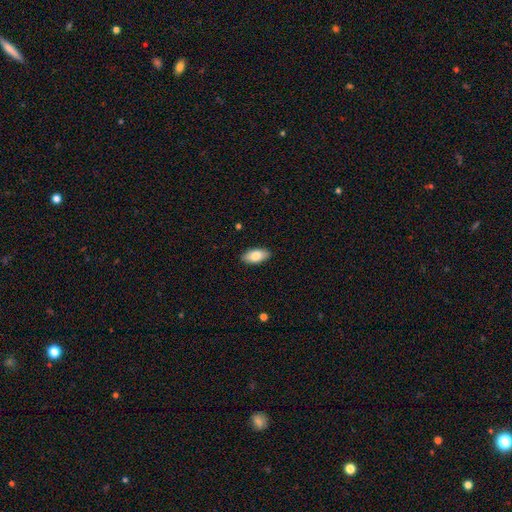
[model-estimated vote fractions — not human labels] A smooth galaxy with no disk features (83%) that is in between round and cigar-shaped (92%). Merging: none (89%).